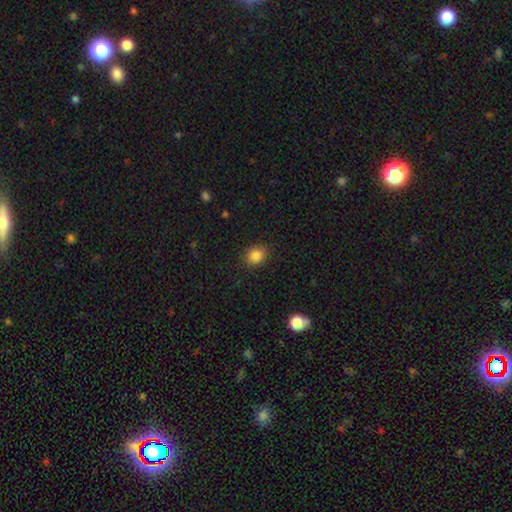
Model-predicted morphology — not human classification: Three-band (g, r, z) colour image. It shows a smooth galaxy with no disk features (86%) that is round (66%). Merging: none (88%).